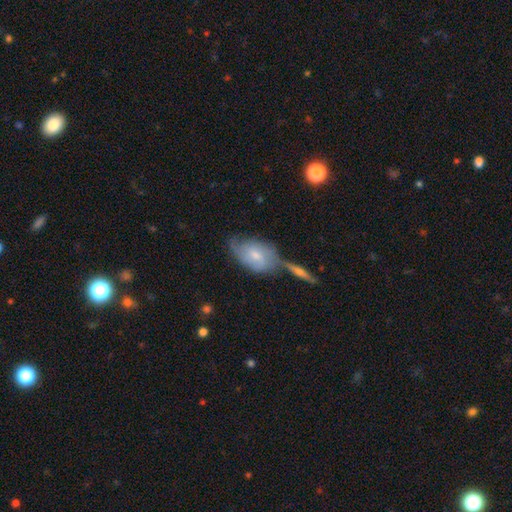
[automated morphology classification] Smooth or featured? featured or disk (47%)
Merging? none (41%)